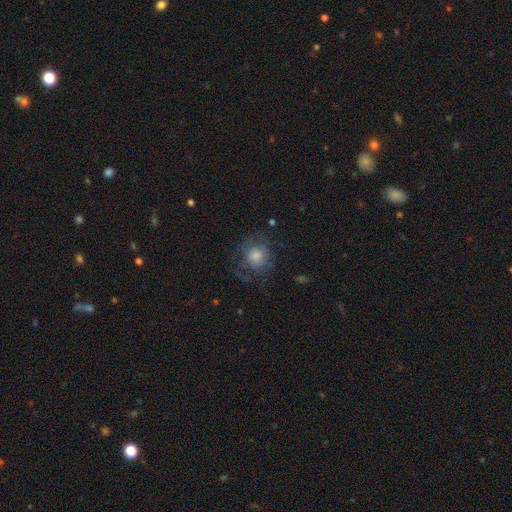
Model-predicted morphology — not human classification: Smooth or featured? smooth (55%)
How rounded? round (81%)
Merging? none (59%)